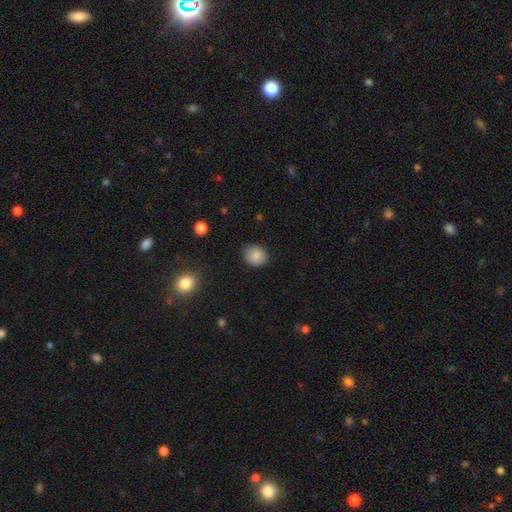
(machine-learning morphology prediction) Smooth or featured?
  - smooth: 87% *
  - star or artifact: 9%
  - featured or disk: 5%
How rounded?
  - round: 71% *
  - in between: 28%
  - cigar-shaped: 1%
Merging?
  - none: 86% *
  - minor disturbance: 10%
  - major disturbance: 3%
  - merger: 1%